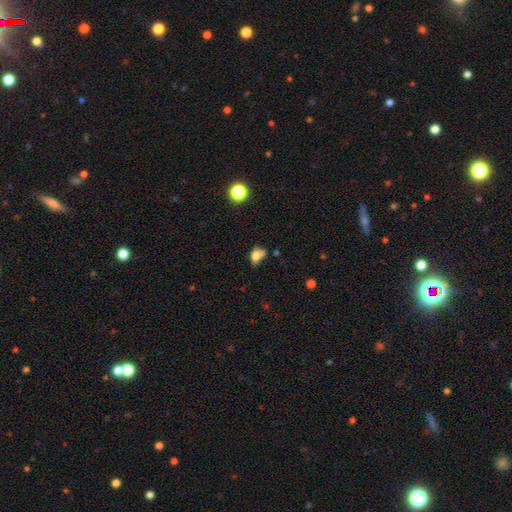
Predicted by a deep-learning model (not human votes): This appears to be a smooth galaxy with no disk features (70%) that is in between round and cigar-shaped (64%). Merging: merger (31%).